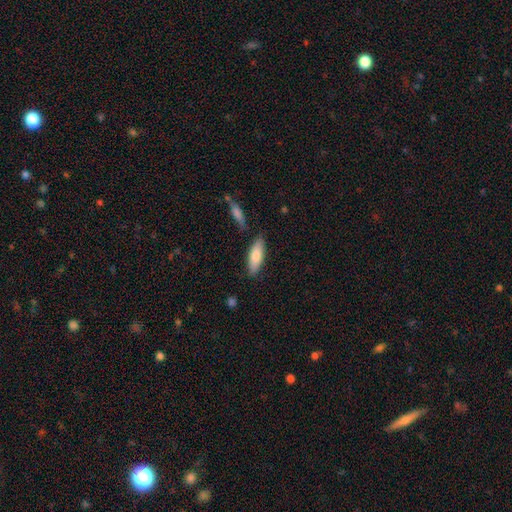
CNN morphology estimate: smooth_or_featured: smooth (p=0.77) [alt: featured or disk p=0.17]
how_rounded: in between (p=0.60) [alt: cigar-shaped p=0.38]
merging: none (p=0.81) [alt: minor disturbance p=0.12]